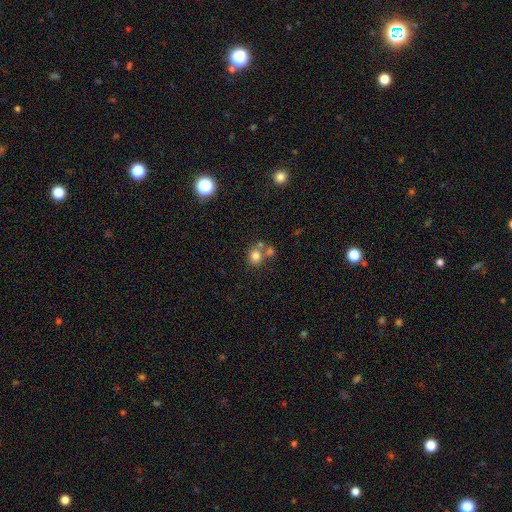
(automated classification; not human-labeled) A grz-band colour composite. It shows a smooth galaxy with no disk features (78%) that is round (80%). Merging: none (55%).